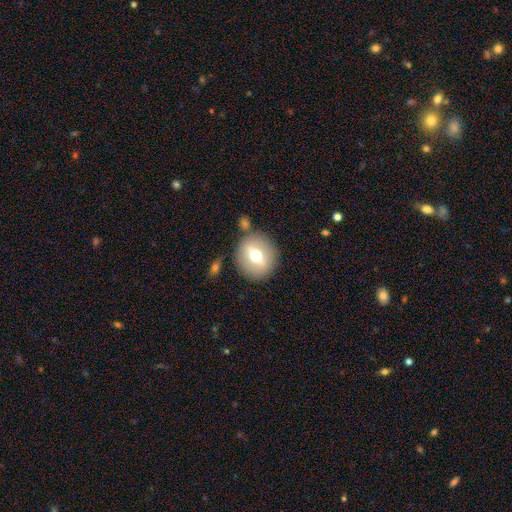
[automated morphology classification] type=smooth (55%); roundness=round (85%); merging=none (82%).